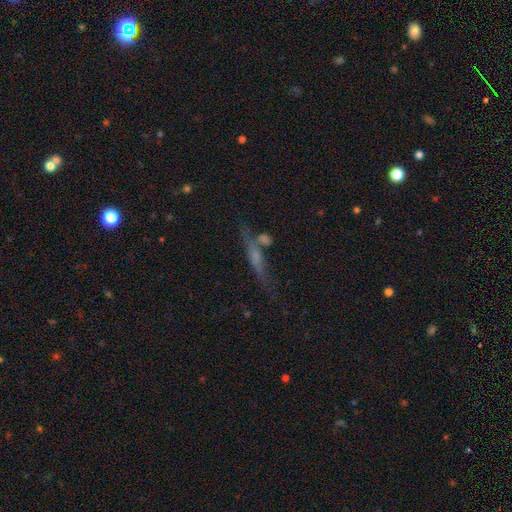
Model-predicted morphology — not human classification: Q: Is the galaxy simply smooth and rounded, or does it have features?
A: featured or disk — 52%.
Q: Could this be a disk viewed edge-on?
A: yes — 82%.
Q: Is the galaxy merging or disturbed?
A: none — 59%.